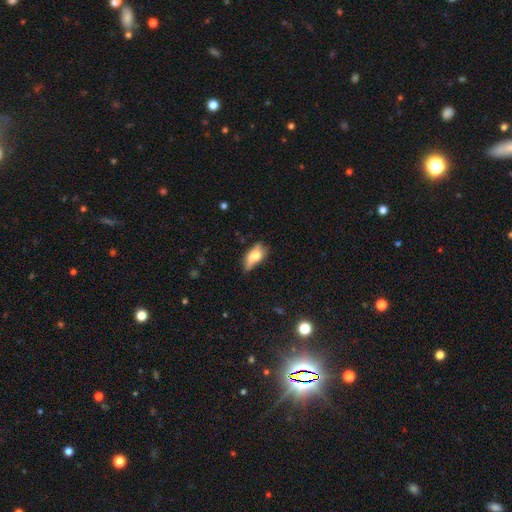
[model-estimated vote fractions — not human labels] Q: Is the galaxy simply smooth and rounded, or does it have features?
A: smooth — 64%.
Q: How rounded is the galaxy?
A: in between — 84%.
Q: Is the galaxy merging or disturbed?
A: none — 41%.